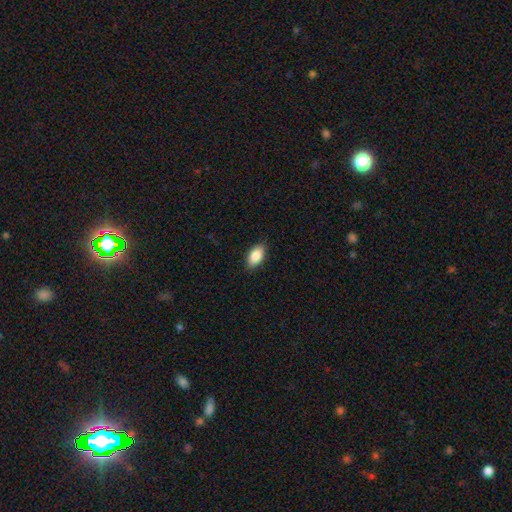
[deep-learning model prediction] A smooth galaxy with no disk features (87%) that is in between round and cigar-shaped (92%).

Vote fractions:
- Smooth or featured? smooth: 87% / star or artifact: 7% / featured or disk: 6%
- How rounded? in between: 92% / round: 4% / cigar-shaped: 3%
- Merging? none: 87% / minor disturbance: 10% / major disturbance: 2% / merger: 1%